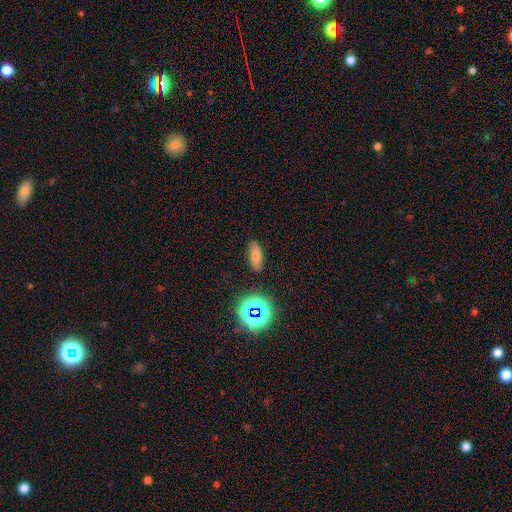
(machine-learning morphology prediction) A smooth galaxy with no disk features (69%) that is in between round and cigar-shaped (74%).

Vote fractions:
- Smooth or featured? smooth: 69% / star or artifact: 17% / featured or disk: 14%
- How rounded? in between: 74% / cigar-shaped: 21% / round: 6%
- Merging? none: 83% / minor disturbance: 12% / major disturbance: 3% / merger: 2%